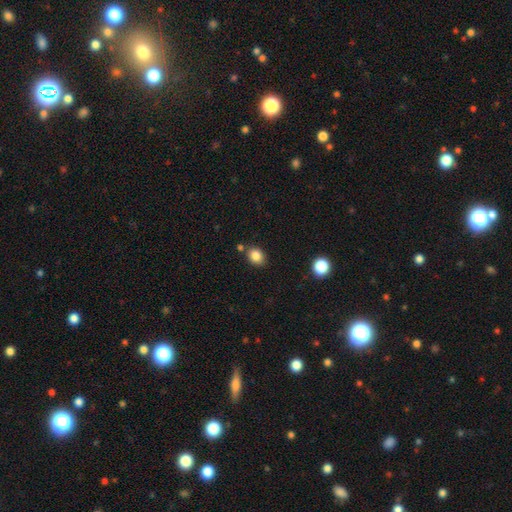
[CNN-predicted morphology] This appears to be a smooth galaxy with no disk features (85%) that is in between round and cigar-shaped (51%). Merging: none (77%).